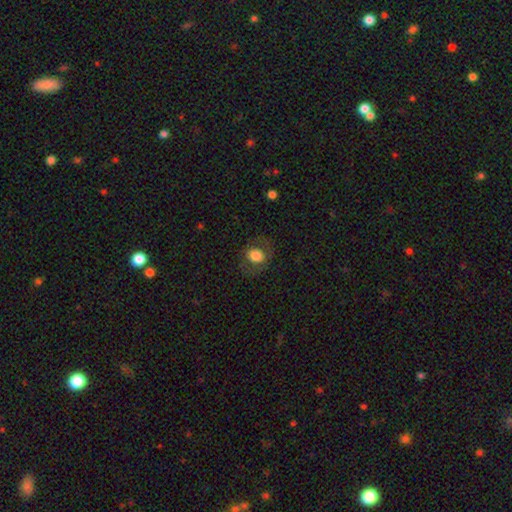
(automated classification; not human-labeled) This appears to be a smooth galaxy with no disk features (72%) that is round (71%). Merging: none (79%).